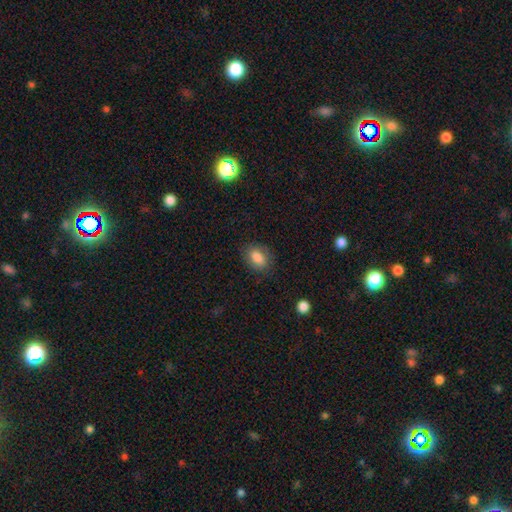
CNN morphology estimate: The model was most divided on "how rounded": in between: 80%, round: 18%, cigar-shaped: 2%. More confident: merging — none (83%); smooth or featured — smooth (83%).